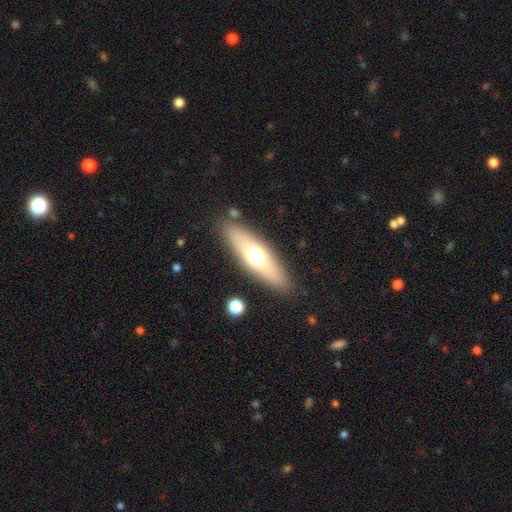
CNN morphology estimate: A smooth galaxy with no disk features (57%) that is cigar-shaped (50%). Merging: none (86%).